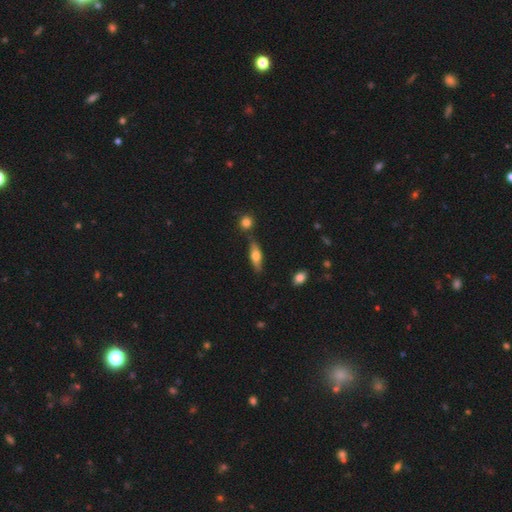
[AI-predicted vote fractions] smooth-or-featured: smooth: 60% | featured or disk: 34% | star or artifact: 7%
  how-rounded: in between: 49% | cigar-shaped: 47% | round: 3%
  merging: none: 76% | minor disturbance: 13% | merger: 8% | major disturbance: 3%